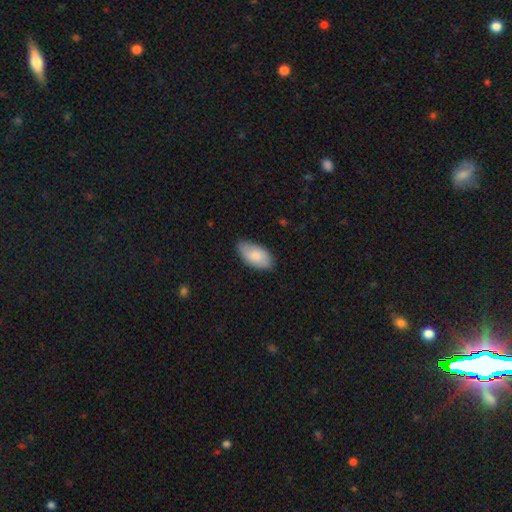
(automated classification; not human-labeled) Smooth or featured? smooth (79%)
How rounded? in between (95%)
Merging? none (78%)